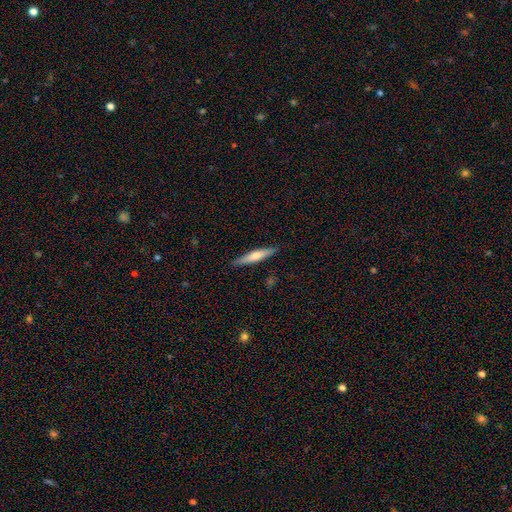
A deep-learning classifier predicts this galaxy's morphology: Smooth or featured?
  - smooth: 57% *
  - featured or disk: 37%
  - star or artifact: 5%
How rounded?
  - cigar-shaped: 90% *
  - in between: 9%
  - round: 1%
Merging?
  - none: 89% *
  - minor disturbance: 8%
  - major disturbance: 2%
  - merger: 1%